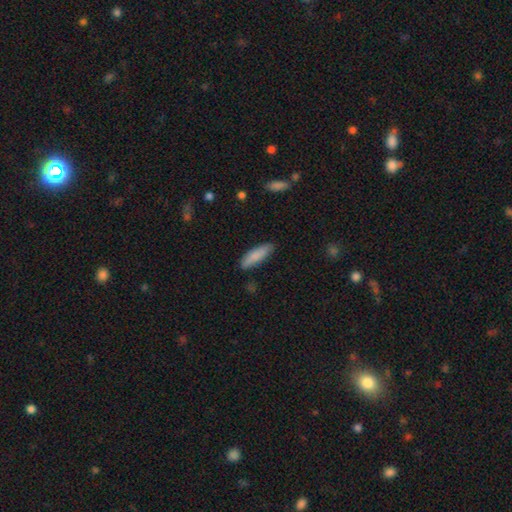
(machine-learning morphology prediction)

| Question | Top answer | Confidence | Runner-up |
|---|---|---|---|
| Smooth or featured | smooth | 84% | featured or disk (10%) |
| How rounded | cigar-shaped | 57% | in between (42%) |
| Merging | none | 85% | minor disturbance (12%) |